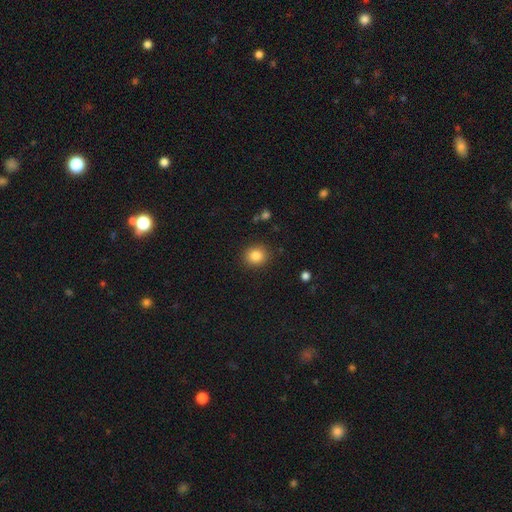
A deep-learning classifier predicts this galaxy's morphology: smooth_or_featured: smooth (p=0.84) [alt: star or artifact p=0.10]
how_rounded: round (p=0.82) [alt: in between p=0.18]
merging: none (p=0.89) [alt: minor disturbance p=0.07]